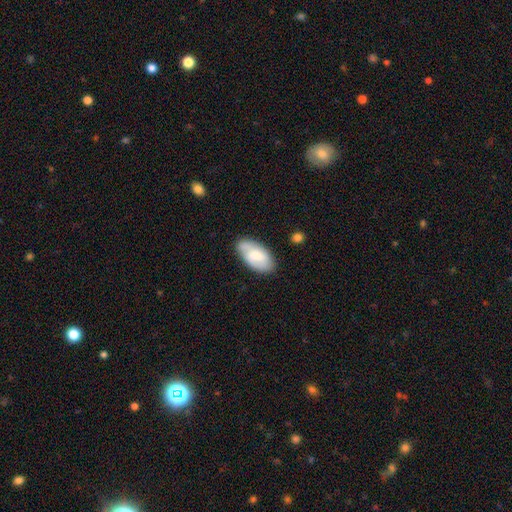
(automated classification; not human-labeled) Smooth or featured?
  - smooth: 61% *
  - featured or disk: 33%
  - star or artifact: 6%
How rounded?
  - in between: 94% *
  - round: 3%
  - cigar-shaped: 3%
Merging?
  - none: 68% *
  - minor disturbance: 23%
  - major disturbance: 5%
  - merger: 4%